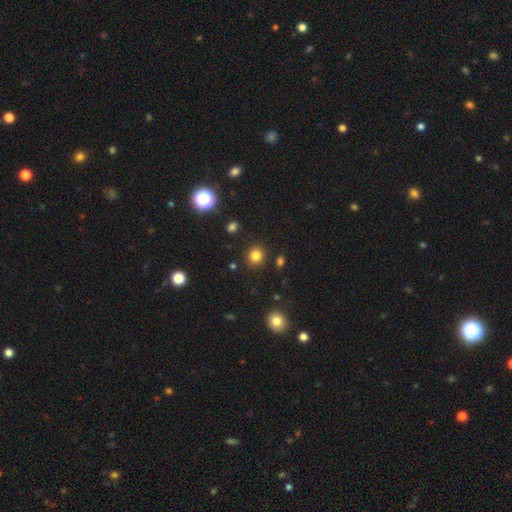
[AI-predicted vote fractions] Overall: smooth (83%). How rounded: round (89%). Merging: none (89%).